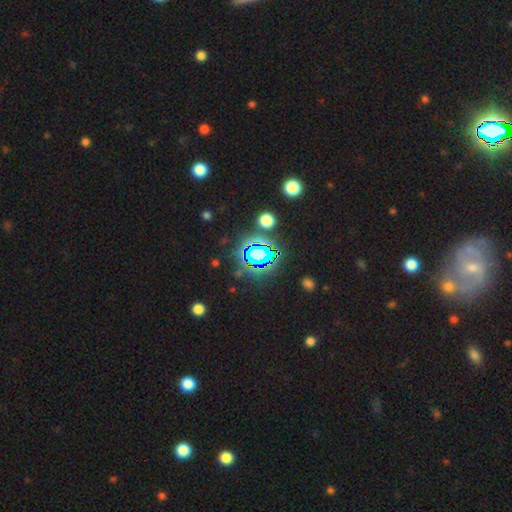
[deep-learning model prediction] Overall: star or artifact (72%).